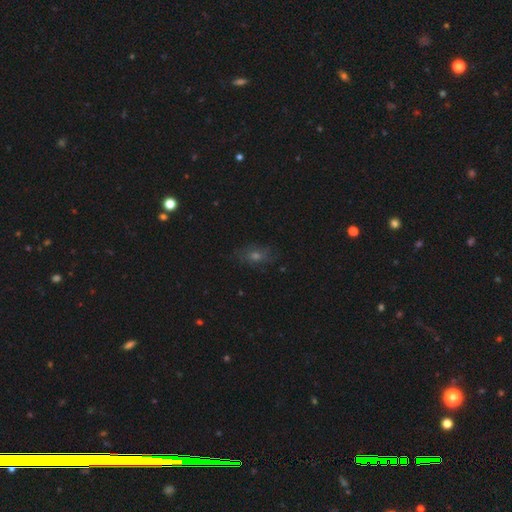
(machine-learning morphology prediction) A smooth galaxy with no disk features (44%). Merging: none (78%).